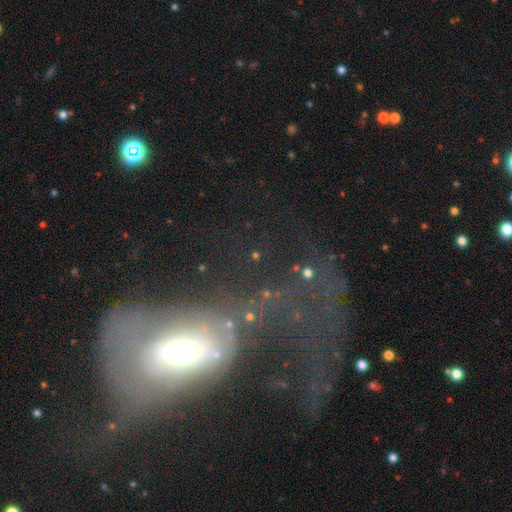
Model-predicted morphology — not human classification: A star or artifact, not a galaxy (46%).

Vote fractions:
- Smooth or featured? star or artifact: 46% / smooth: 27% / featured or disk: 27%